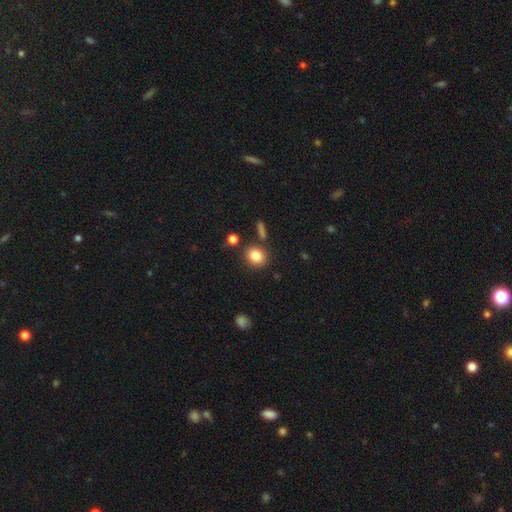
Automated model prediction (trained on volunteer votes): smooth_or_featured: smooth (p=0.84) [alt: star or artifact p=0.10]
how_rounded: round (p=0.71) [alt: in between p=0.28]
merging: none (p=0.80) [alt: minor disturbance p=0.09]